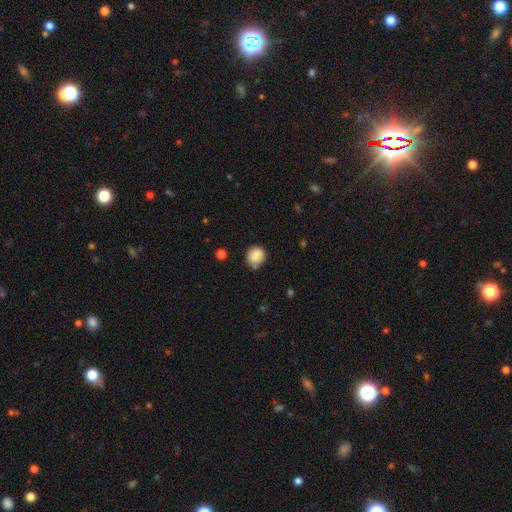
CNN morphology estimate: Smooth or featured: smooth — 83% (star or artifact — 9%)
How rounded: round — 80% (in between — 19%)
Merging: none — 70% (minor disturbance — 22%)